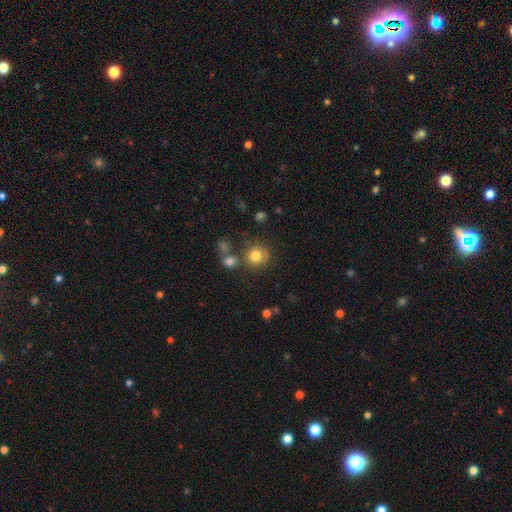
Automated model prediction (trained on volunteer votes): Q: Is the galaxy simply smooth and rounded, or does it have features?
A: smooth — 80%.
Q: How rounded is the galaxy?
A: round — 88%.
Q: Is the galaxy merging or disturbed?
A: none — 69%.